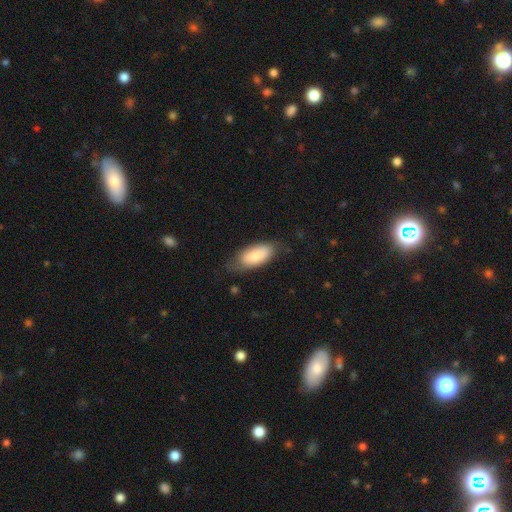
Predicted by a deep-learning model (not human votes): Smooth or featured: smooth — 81% (featured or disk — 13%)
How rounded: in between — 90% (cigar-shaped — 8%)
Merging: none — 66% (minor disturbance — 26%)